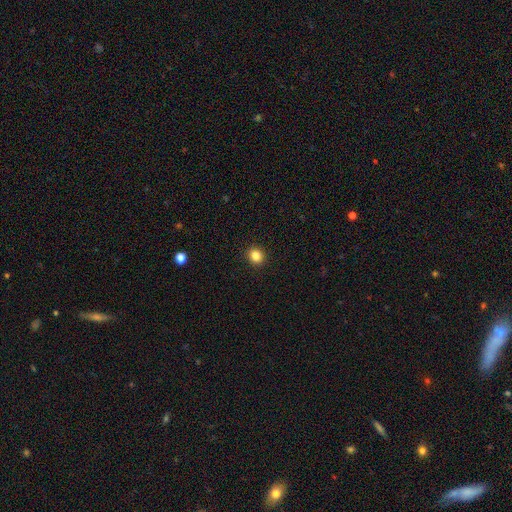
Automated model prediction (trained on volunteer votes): smooth-or-featured: smooth: 85% | star or artifact: 11% | featured or disk: 4%
  how-rounded: round: 82% | in between: 18% | cigar-shaped: 1%
  merging: none: 93% | minor disturbance: 5% | major disturbance: 2% | merger: 1%